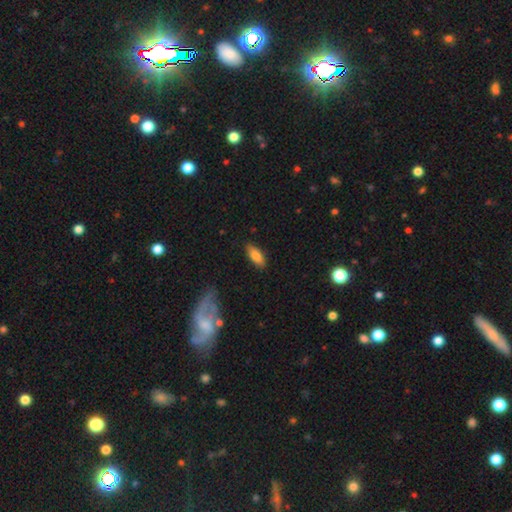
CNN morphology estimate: Smooth or featured? Predicted: smooth (p=0.79). How rounded? Predicted: in between (p=0.80). Merging? Predicted: none (p=0.84).